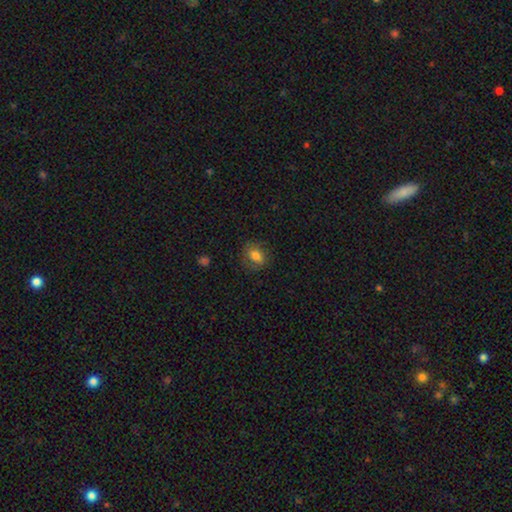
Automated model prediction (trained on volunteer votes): A smooth galaxy with no disk features (75%) that is in between round and cigar-shaped (63%).

Vote fractions:
- Smooth or featured? smooth: 75% / featured or disk: 15% / star or artifact: 10%
- How rounded? in between: 63% / round: 35% / cigar-shaped: 2%
- Merging? none: 78% / minor disturbance: 15% / major disturbance: 5% / merger: 1%